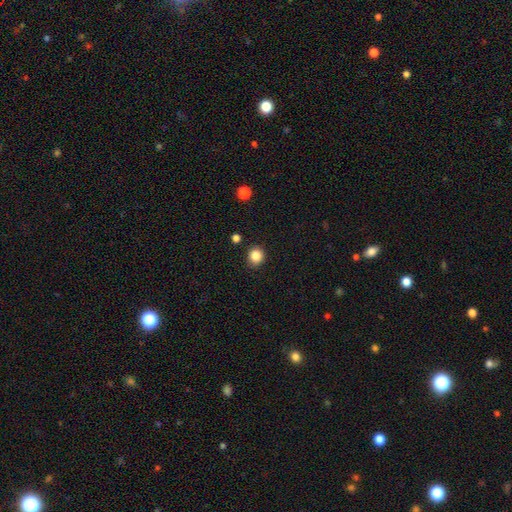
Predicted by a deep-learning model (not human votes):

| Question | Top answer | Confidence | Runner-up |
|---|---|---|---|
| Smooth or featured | smooth | 84% | star or artifact (11%) |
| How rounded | round | 86% | in between (13%) |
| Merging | none | 89% | minor disturbance (7%) |